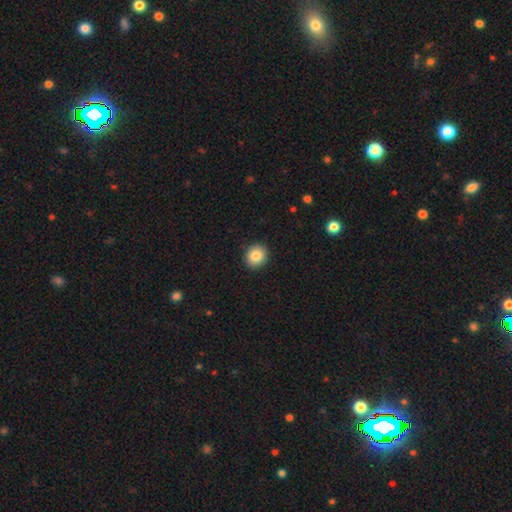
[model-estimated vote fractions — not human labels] This appears to be a smooth galaxy with no disk features (85%) that is round (84%). Merging: none (91%).